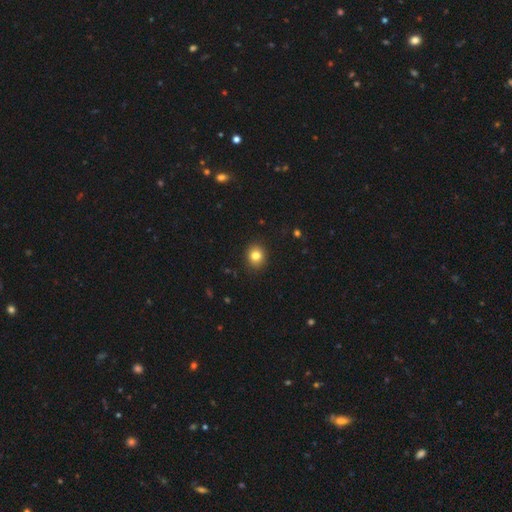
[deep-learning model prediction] Overall: smooth (82%). How rounded: round (79%). Merging: none (91%).